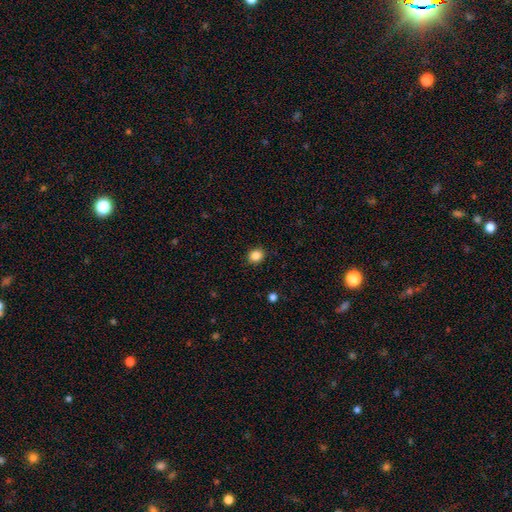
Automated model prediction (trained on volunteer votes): Overall: smooth (86%). How rounded: round (72%). Merging: none (90%).